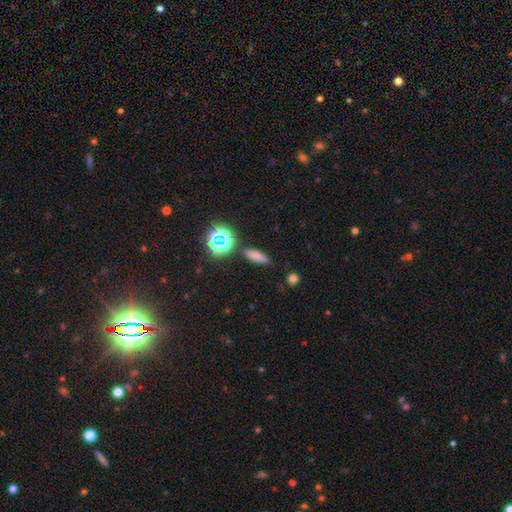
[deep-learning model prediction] Smooth or featured? smooth (71%)
How rounded? cigar-shaped (48%)
Merging? none (83%)